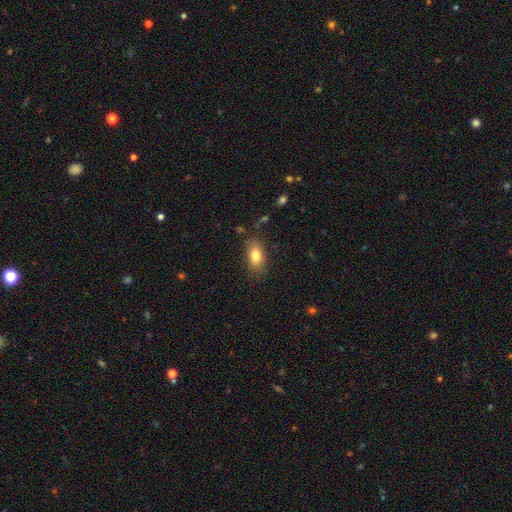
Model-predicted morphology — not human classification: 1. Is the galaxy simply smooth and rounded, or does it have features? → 80% smooth, 11% featured or disk, 9% star or artifact.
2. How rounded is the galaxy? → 86% in between, 9% round, 5% cigar-shaped.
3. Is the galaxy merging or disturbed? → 79% none, 15% minor disturbance, 4% major disturbance, 2% merger.